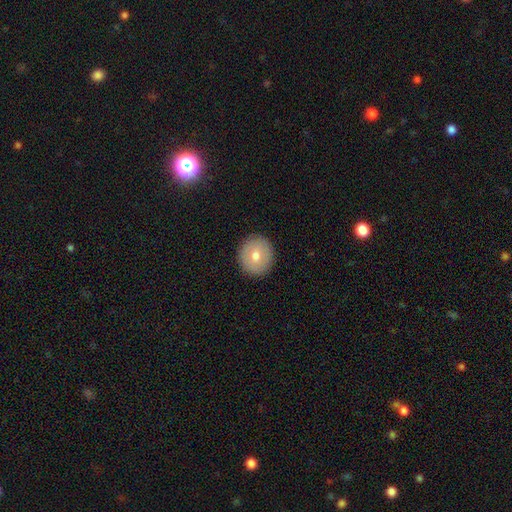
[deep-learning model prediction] Smooth or featured? Predicted: smooth (p=0.68). How rounded? Predicted: round (p=0.91). Merging? Predicted: none (p=0.92).